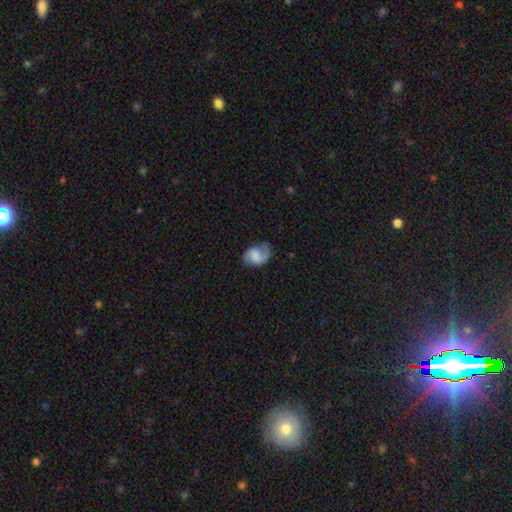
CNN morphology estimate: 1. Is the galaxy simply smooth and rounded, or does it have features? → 56% featured or disk, 37% smooth, 8% star or artifact.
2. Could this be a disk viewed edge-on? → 97% no, 3% yes.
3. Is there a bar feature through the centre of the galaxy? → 46% no, 43% weak, 12% strong.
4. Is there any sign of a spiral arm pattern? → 91% yes, 9% no.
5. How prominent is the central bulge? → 42% none, 20% moderate, 18% small, 17% large, 3% dominant.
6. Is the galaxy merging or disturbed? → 62% none, 25% minor disturbance, 11% major disturbance, 2% merger.